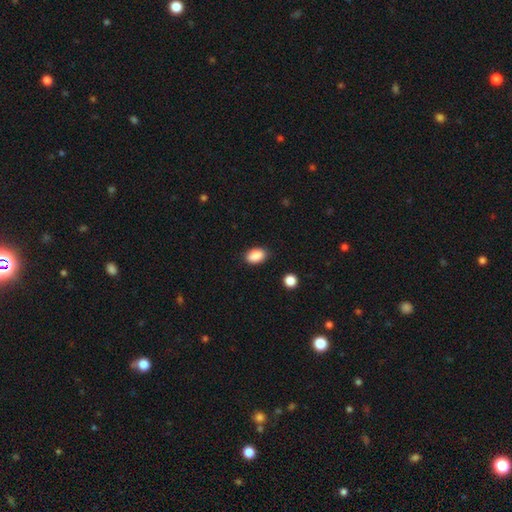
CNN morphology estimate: A smooth galaxy with no disk features (89%) that is in between round and cigar-shaped (86%). Merging: none (86%).